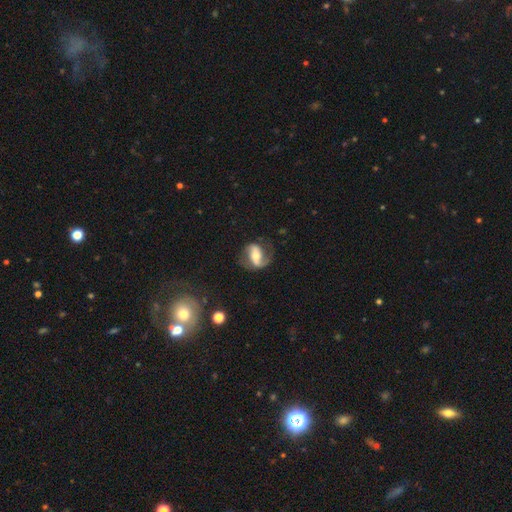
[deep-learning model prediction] The model was most divided on "spiral winding": medium: 42%, loose: 39%, tight: 19%. Remaining: edge-on disk — no (95%); spiral arms — yes (89%); spiral arm count — 2 (74%); smooth or featured — featured or disk (73%); merging — none (62%); bulge size — moderate (58%); bar — strong (41%).